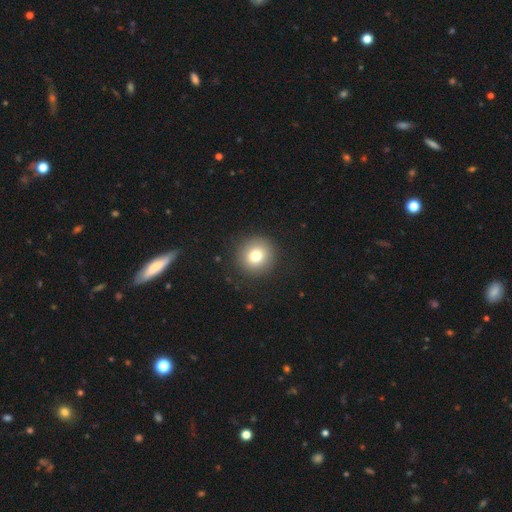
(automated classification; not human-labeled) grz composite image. It shows a smooth galaxy with no disk features (77%) that is round (94%). Merging: none (91%).